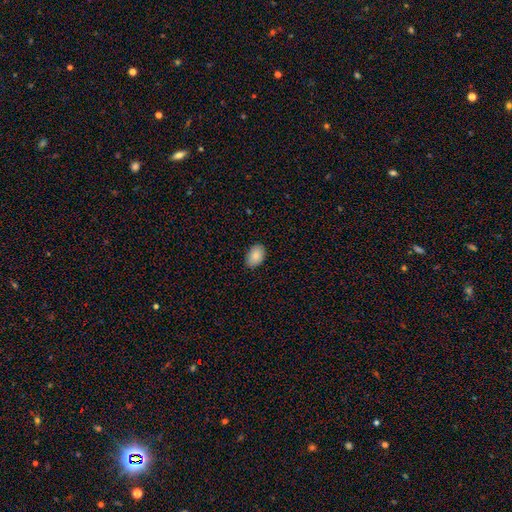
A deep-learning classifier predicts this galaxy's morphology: This is clearly a smooth galaxy (86%). How rounded: clearly in between (89%). Merging: clearly none (86%).